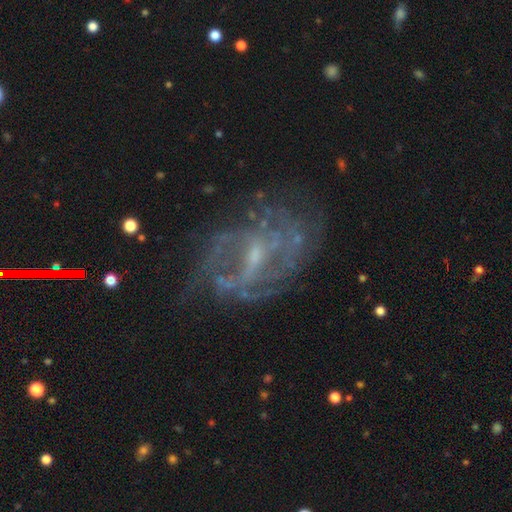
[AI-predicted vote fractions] smooth_or_featured: featured or disk (p=0.82) [alt: smooth p=0.09]
disk_edge_on: no (p=0.96) [alt: yes p=0.04]
bar: weak (p=0.52) [alt: no p=0.29]
has_spiral_arms: yes (p=0.76) [alt: no p=0.24]
spiral_winding: medium (p=0.40) [alt: tight p=0.35]
spiral_arm_count: can't tell (p=0.44) [alt: 2 p=0.28]
bulge_size: small (p=0.57) [alt: moderate p=0.27]
merging: none (p=0.59) [alt: minor disturbance p=0.20]